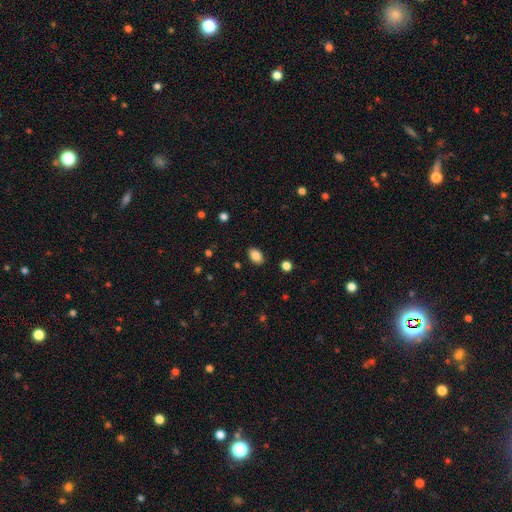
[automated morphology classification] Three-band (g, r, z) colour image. It shows a smooth galaxy with no disk features (86%) that is in between round and cigar-shaped (85%). Merging: none (87%).